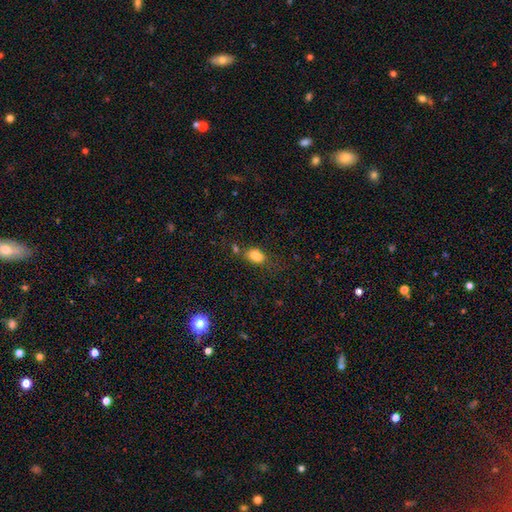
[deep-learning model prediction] Morphology: type=smooth (80%); roundness=in between (80%); merging=none (50%).